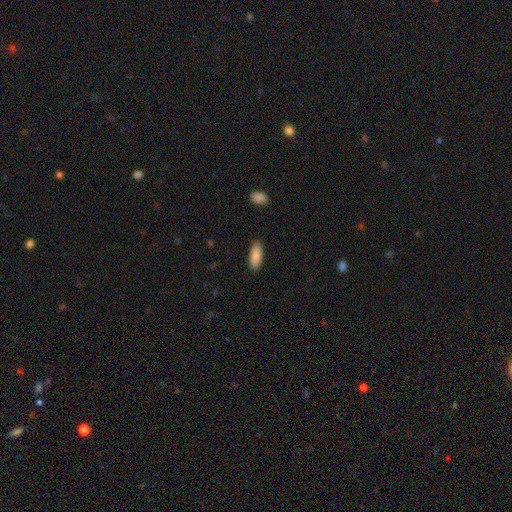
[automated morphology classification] Smooth or featured? smooth (86%)
How rounded? in between (74%)
Merging? none (88%)